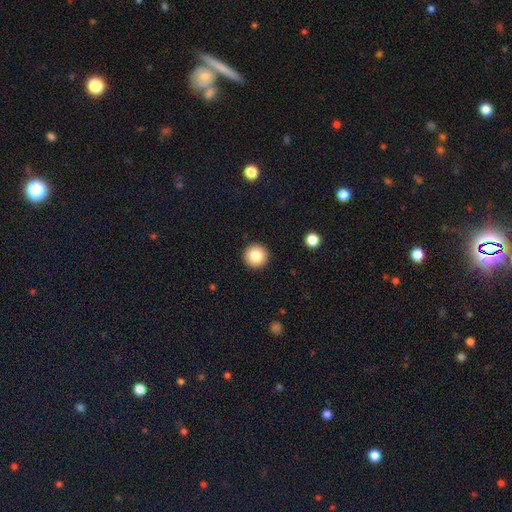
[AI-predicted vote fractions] A smooth galaxy with no disk features (84%) that is round (96%). Merging: none (93%).